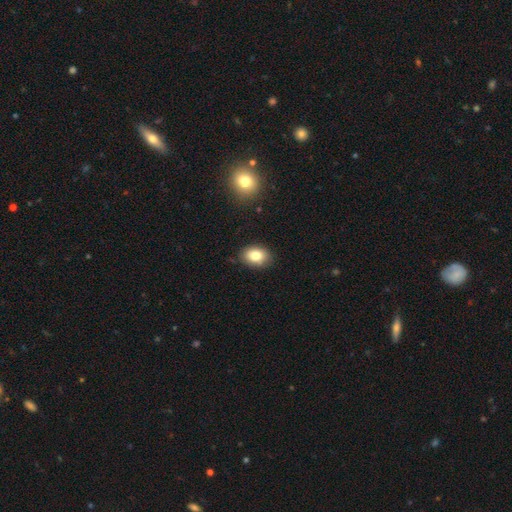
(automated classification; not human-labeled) Smooth or featured?
  - smooth: 81% *
  - featured or disk: 10%
  - star or artifact: 9%
How rounded?
  - in between: 78% *
  - round: 20%
  - cigar-shaped: 1%
Merging?
  - none: 84% *
  - minor disturbance: 12%
  - major disturbance: 2%
  - merger: 2%